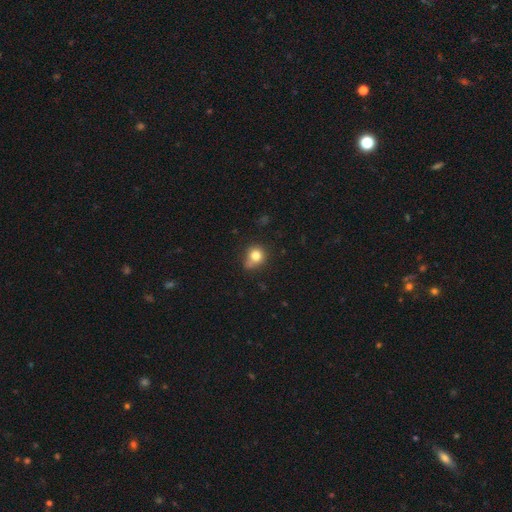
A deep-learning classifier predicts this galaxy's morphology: This appears to be a smooth galaxy with no disk features (79%) that is round (81%). Merging: none (59%).